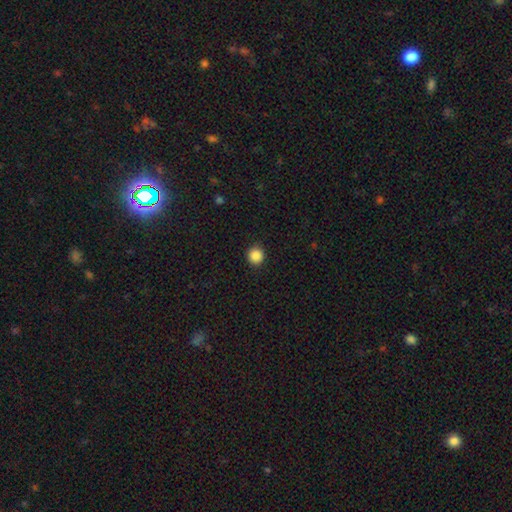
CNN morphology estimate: The model was most divided on "smooth or featured": smooth: 88%, star or artifact: 10%, featured or disk: 3%. More confident: how rounded — round (94%); merging — none (90%).